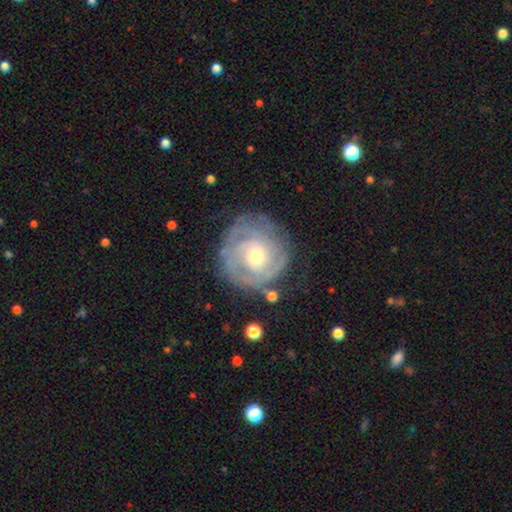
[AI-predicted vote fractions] smooth_or_featured: featured or disk (p=0.79) [alt: smooth p=0.15]
disk_edge_on: no (p=0.98) [alt: yes p=0.02]
bar: no (p=0.76) [alt: weak p=0.21]
has_spiral_arms: yes (p=0.88) [alt: no p=0.12]
spiral_winding: tight (p=0.71) [alt: medium p=0.22]
spiral_arm_count: can't tell (p=0.43) [alt: 2 p=0.22]
bulge_size: moderate (p=0.58) [alt: small p=0.34]
merging: none (p=0.73) [alt: minor disturbance p=0.16]